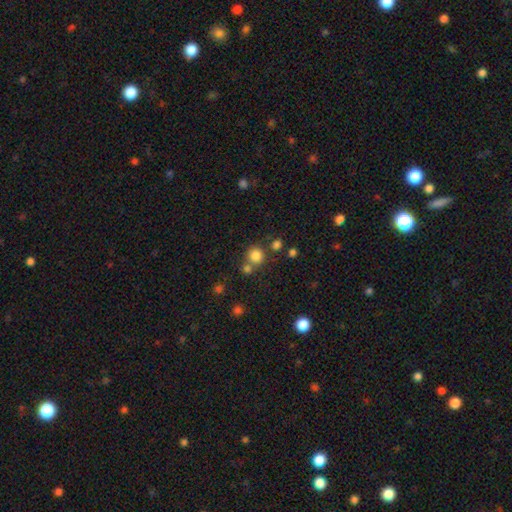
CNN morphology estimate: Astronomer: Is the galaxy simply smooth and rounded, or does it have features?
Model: smooth — 81%.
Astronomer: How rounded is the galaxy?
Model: round — 90%.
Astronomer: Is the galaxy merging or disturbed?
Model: none — 67%.